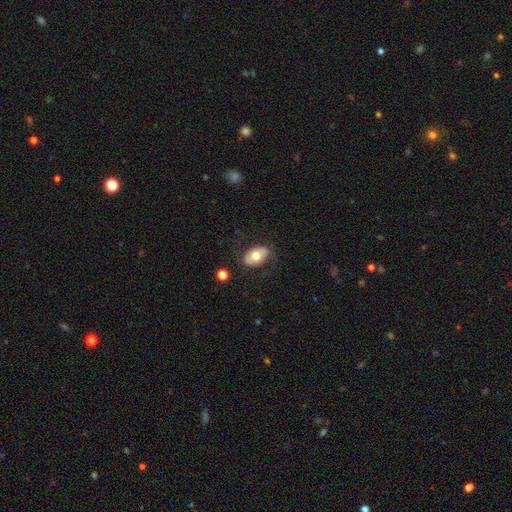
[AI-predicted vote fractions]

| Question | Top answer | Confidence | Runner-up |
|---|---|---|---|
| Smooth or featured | smooth | 66% | featured or disk (27%) |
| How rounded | in between | 89% | round (10%) |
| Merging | none | 79% | minor disturbance (14%) |